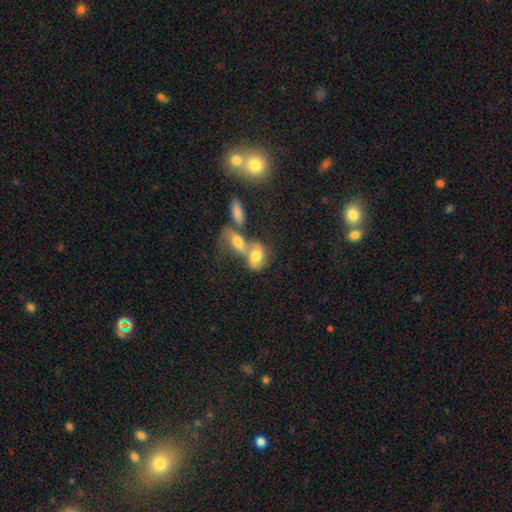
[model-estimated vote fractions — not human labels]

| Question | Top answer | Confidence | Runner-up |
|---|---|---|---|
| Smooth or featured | smooth | 63% | featured or disk (27%) |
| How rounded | in between | 76% | round (20%) |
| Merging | merger | 66% | none (19%) |